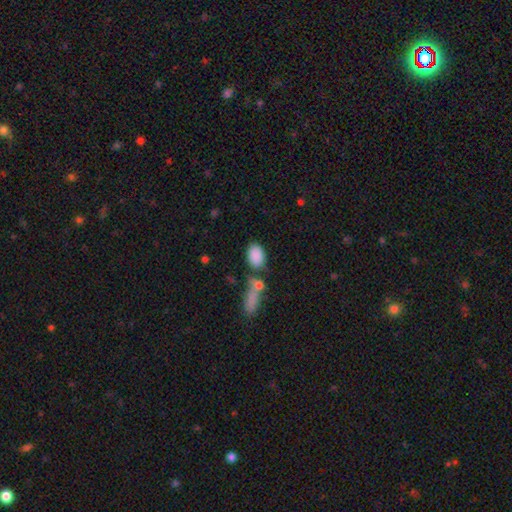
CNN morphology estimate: Smooth or featured? Predicted: smooth (p=0.87). How rounded? Predicted: in between (p=0.88). Merging? Predicted: none (p=0.66).